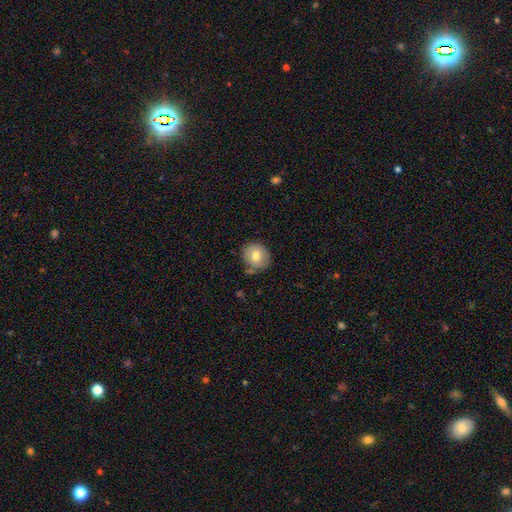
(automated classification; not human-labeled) smooth 74%, featured or disk 17%, star or artifact 9%. Down the decision tree: how rounded — round (83%); merging — none (75%).